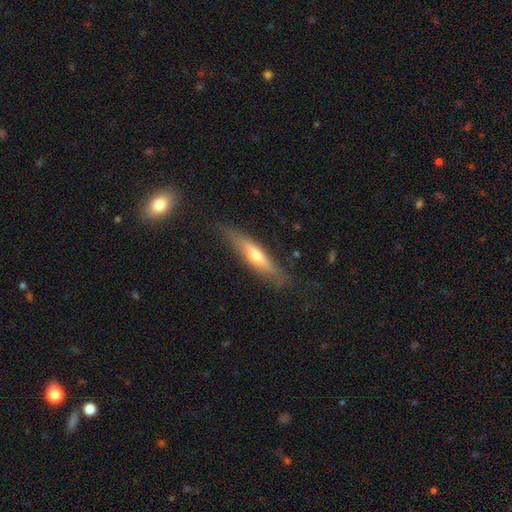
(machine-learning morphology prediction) This appears to be a featured or disk galaxy (50%) viewed edge-on (87%). Merging: none (79%).